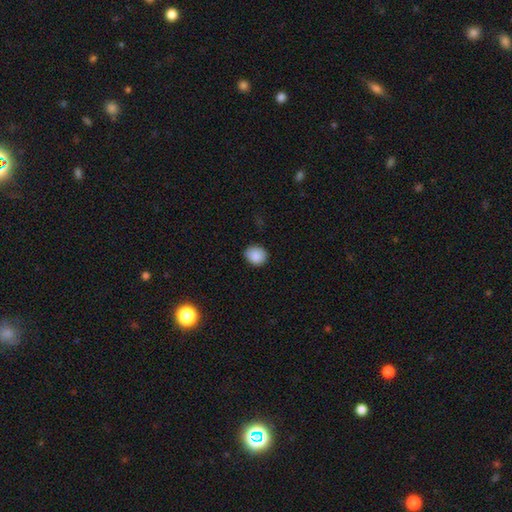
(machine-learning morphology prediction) Smooth or featured? smooth (88%)
How rounded? round (73%)
Merging? none (86%)